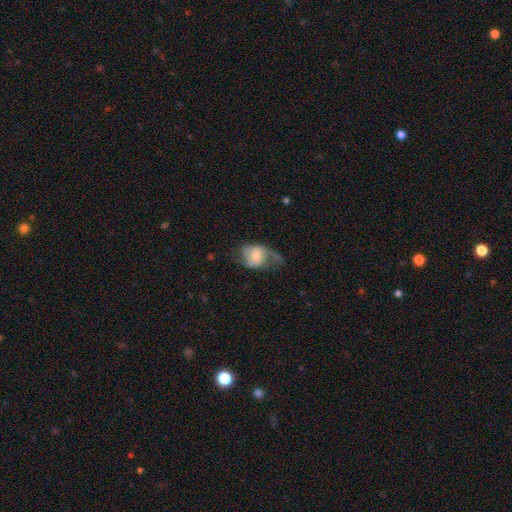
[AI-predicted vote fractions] A featured or disk galaxy (50%).

Vote fractions:
- Smooth or featured? featured or disk: 50% / smooth: 43% / star or artifact: 7%
- Merging? none: 36% / minor disturbance: 32% / major disturbance: 30% / merger: 3%